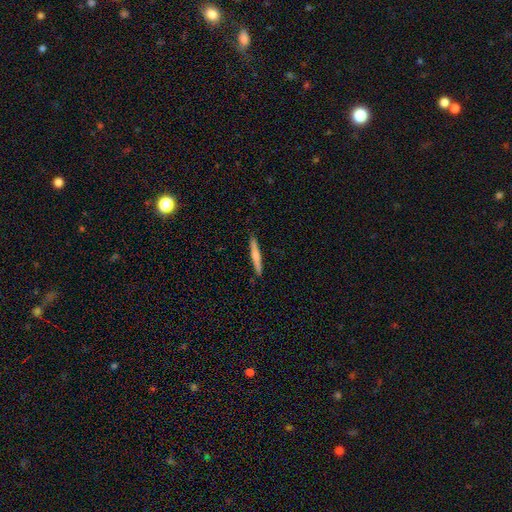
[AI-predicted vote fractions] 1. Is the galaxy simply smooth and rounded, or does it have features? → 60% smooth, 34% featured or disk, 5% star or artifact.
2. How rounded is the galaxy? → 95% cigar-shaped, 4% in between, 1% round.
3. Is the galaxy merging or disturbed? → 90% none, 8% minor disturbance, 1% major disturbance, 1% merger.